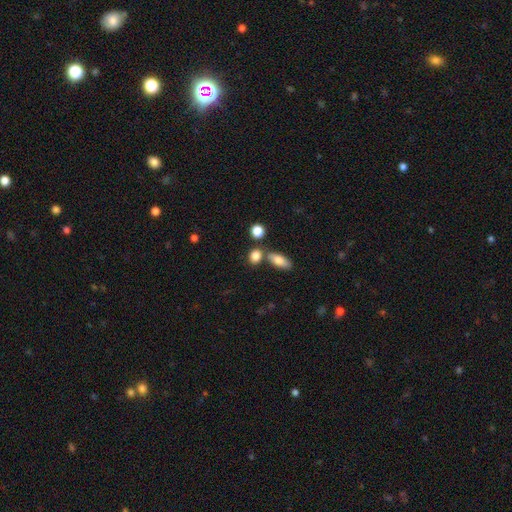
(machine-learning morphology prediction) Smooth or featured?
  - smooth: 83% *
  - star or artifact: 9%
  - featured or disk: 7%
How rounded?
  - in between: 51% *
  - round: 44%
  - cigar-shaped: 5%
Merging?
  - none: 63% *
  - merger: 22%
  - minor disturbance: 11%
  - major disturbance: 4%